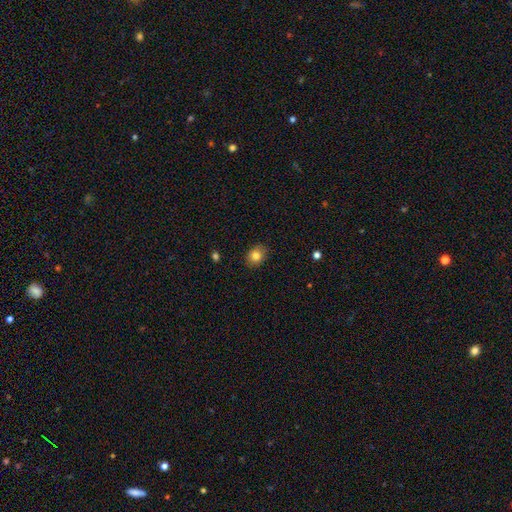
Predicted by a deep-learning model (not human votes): Smooth or featured? Predicted: smooth (p=0.82). How rounded? Predicted: in between (p=0.52). Merging? Predicted: none (p=0.86).